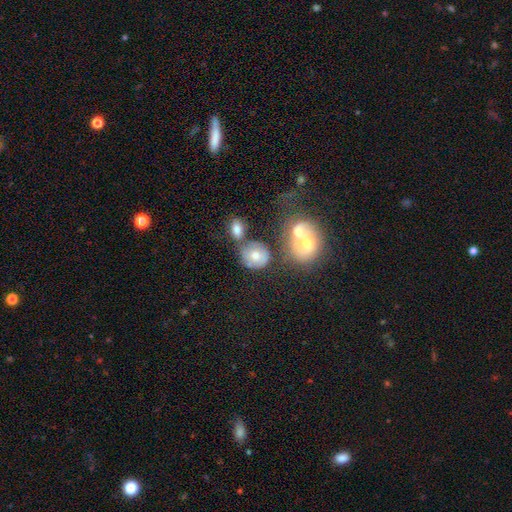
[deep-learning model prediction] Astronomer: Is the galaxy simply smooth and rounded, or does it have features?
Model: smooth — 62%.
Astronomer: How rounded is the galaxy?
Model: round — 73%.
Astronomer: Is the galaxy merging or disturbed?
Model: none — 44% (runner-up: merger, 31%).